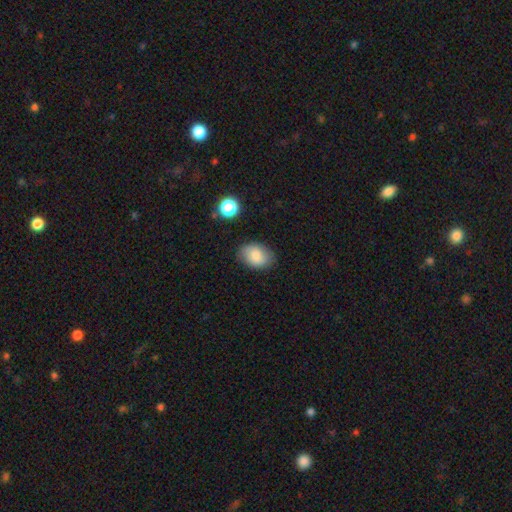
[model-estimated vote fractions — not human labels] smooth_or_featured: smooth (p=0.83) [alt: featured or disk p=0.09]
how_rounded: in between (p=0.82) [alt: round p=0.17]
merging: none (p=0.81) [alt: minor disturbance p=0.14]